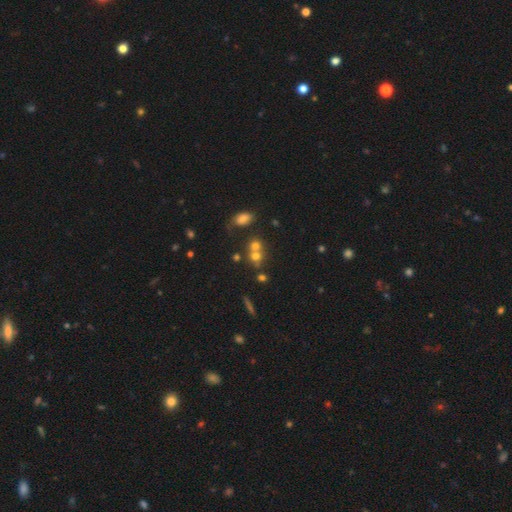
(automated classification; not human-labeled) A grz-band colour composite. It shows a smooth galaxy with no disk features (62%) that is round (74%). Merging: merger (54%).